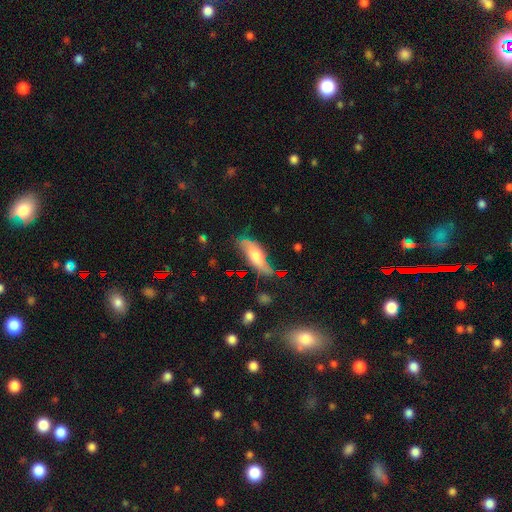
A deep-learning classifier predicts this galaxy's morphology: Smooth or featured: smooth — 51% (featured or disk — 40%)
How rounded: in between — 60% (cigar-shaped — 37%)
Merging: none — 57% (minor disturbance — 28%)